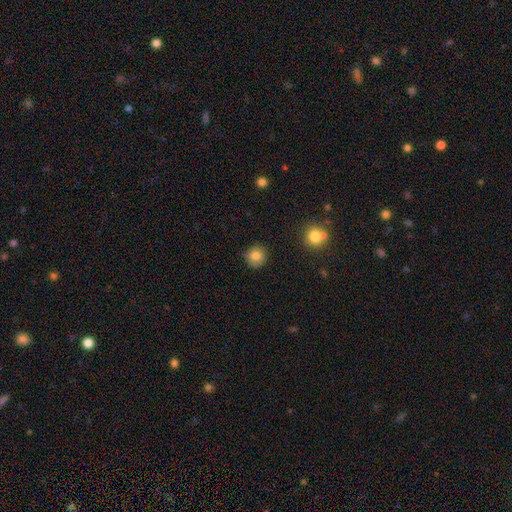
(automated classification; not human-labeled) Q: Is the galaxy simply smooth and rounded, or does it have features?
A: smooth — 82%.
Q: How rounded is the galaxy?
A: round — 90%.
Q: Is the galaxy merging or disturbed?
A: none — 83%.